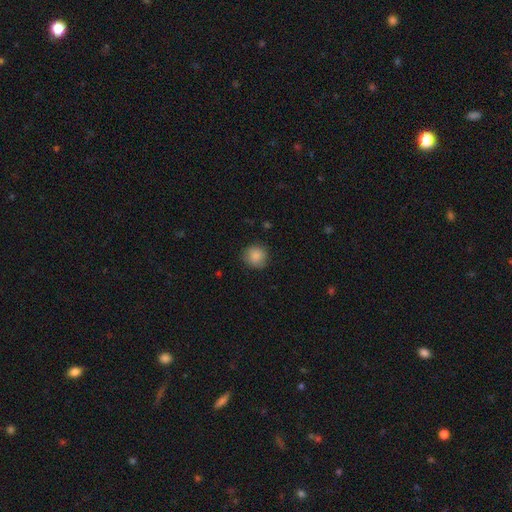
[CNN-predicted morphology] A smooth galaxy with no disk features (87%) that is round (90%).

Vote fractions:
- Smooth or featured? smooth: 87% / star or artifact: 8% / featured or disk: 5%
- How rounded? round: 90% / in between: 9% / cigar-shaped: 1%
- Merging? none: 82% / minor disturbance: 14% / major disturbance: 3% / merger: 1%